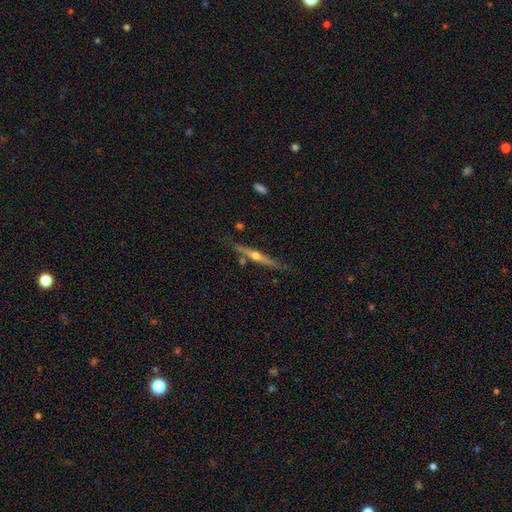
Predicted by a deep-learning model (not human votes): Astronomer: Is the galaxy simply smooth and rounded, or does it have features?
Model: featured or disk — 75%.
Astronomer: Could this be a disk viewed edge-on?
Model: yes — 97%.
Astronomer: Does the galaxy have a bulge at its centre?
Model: rounded — 93%.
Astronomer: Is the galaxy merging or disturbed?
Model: none — 78%.